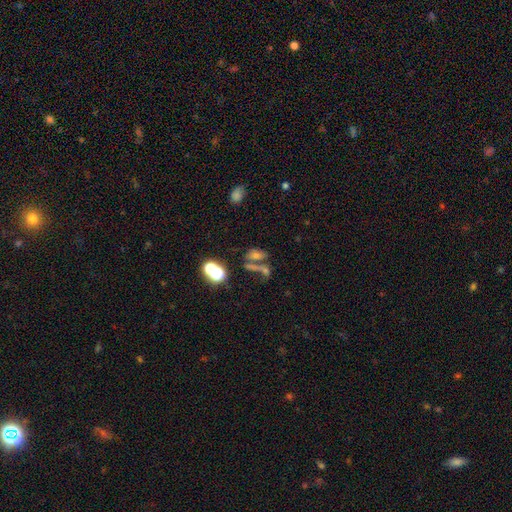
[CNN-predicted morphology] Smooth or featured? smooth (50%)
How rounded? in between (59%)
Merging? none (40%)